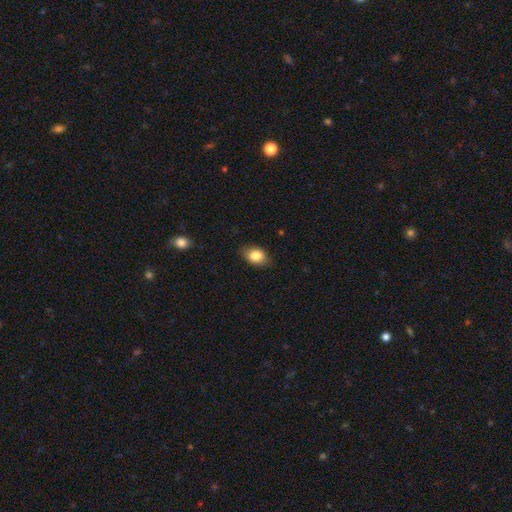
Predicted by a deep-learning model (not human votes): Morphology: type=smooth (83%); roundness=in between (77%); merging=none (84%).